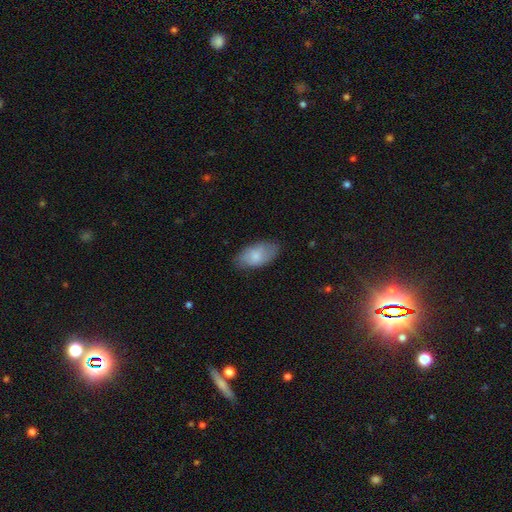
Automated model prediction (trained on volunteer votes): Smooth or featured? smooth (75%)
How rounded? in between (93%)
Merging? none (75%)